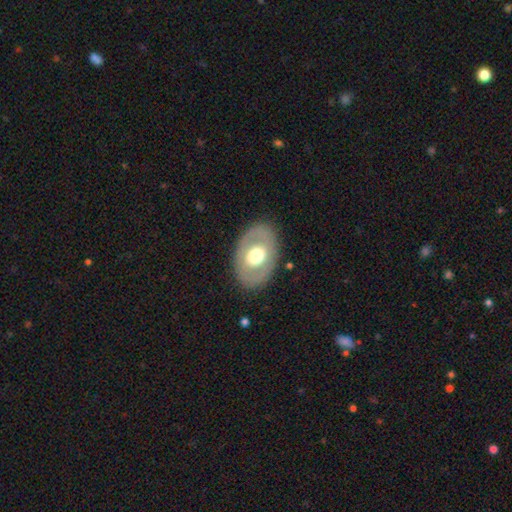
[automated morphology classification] Smooth or featured? Predicted: featured or disk (p=0.48). Merging? Predicted: none (p=0.84).